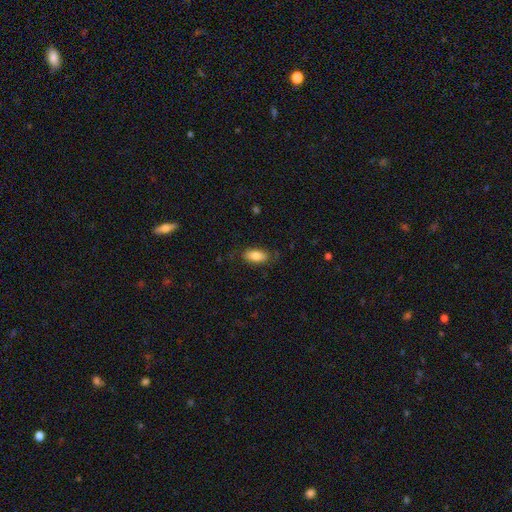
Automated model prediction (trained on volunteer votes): Morphology: type=smooth (84%); roundness=in between (90%); merging=none (79%).